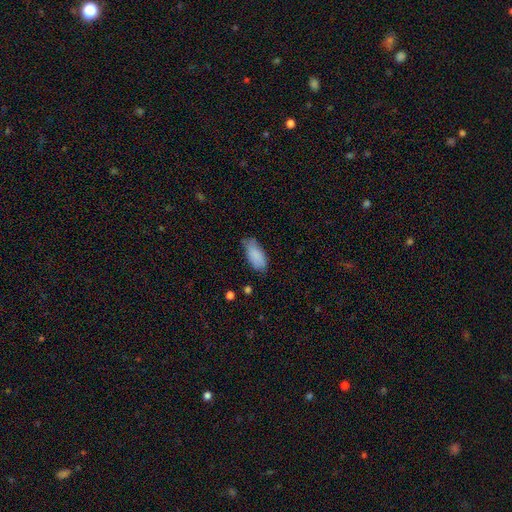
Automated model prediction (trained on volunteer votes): Smooth or featured? Predicted: smooth (p=0.87). How rounded? Predicted: in between (p=0.90). Merging? Predicted: none (p=0.63).